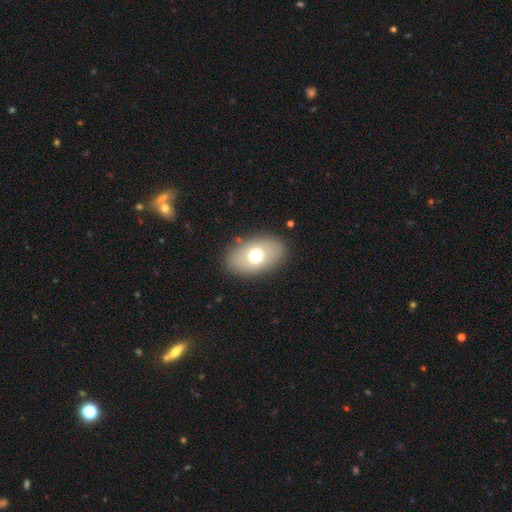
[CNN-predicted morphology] Q: Smooth or featured?
A: smooth (69%); runner-up: featured or disk (23%)
Q: How rounded?
A: in between (87%); runner-up: round (11%)
Q: Merging?
A: none (87%); runner-up: minor disturbance (9%)